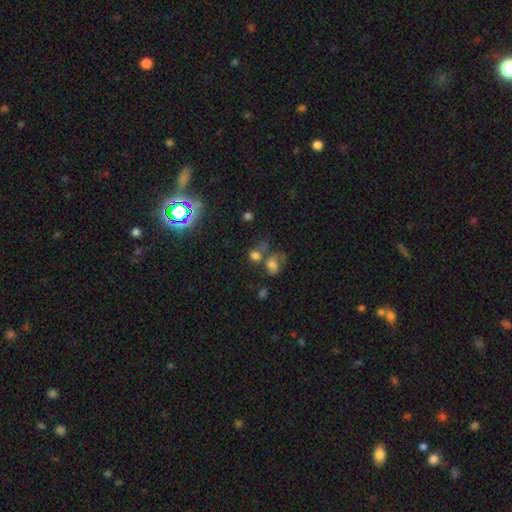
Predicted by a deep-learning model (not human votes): A smooth galaxy with no disk features (66%) that is round (72%).

Vote fractions:
- Smooth or featured? smooth: 66% / star or artifact: 22% / featured or disk: 13%
- How rounded? round: 72% / in between: 27% / cigar-shaped: 2%
- Merging? none: 38% (tied) / merger: 38% (tied) / minor disturbance: 12% / major disturbance: 11%